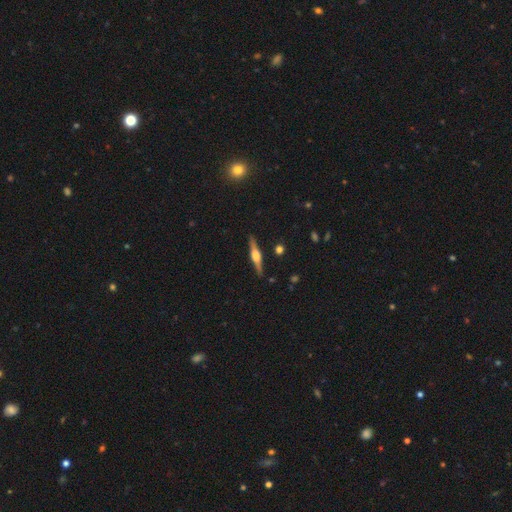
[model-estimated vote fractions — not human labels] Smooth or featured? Predicted: featured or disk (p=0.77). Edge-on disk? Predicted: yes (p=0.98). Edge-on bulge? Predicted: rounded (p=0.91). Merging? Predicted: none (p=0.90).